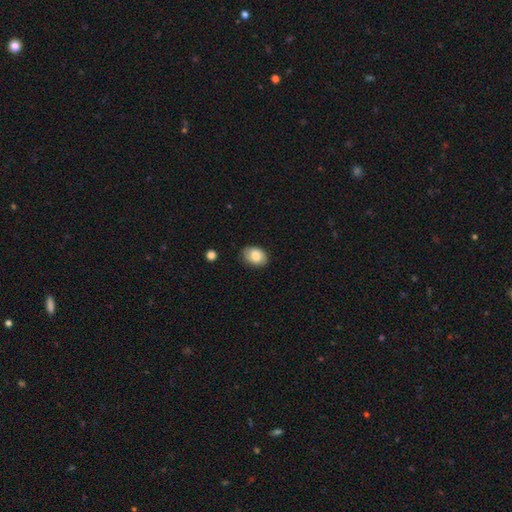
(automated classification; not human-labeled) smooth-or-featured: smooth: 82% | featured or disk: 11% | star or artifact: 7%
  how-rounded: in between: 82% | round: 17% | cigar-shaped: 1%
  merging: none: 81% | minor disturbance: 15% | major disturbance: 3% | merger: 1%